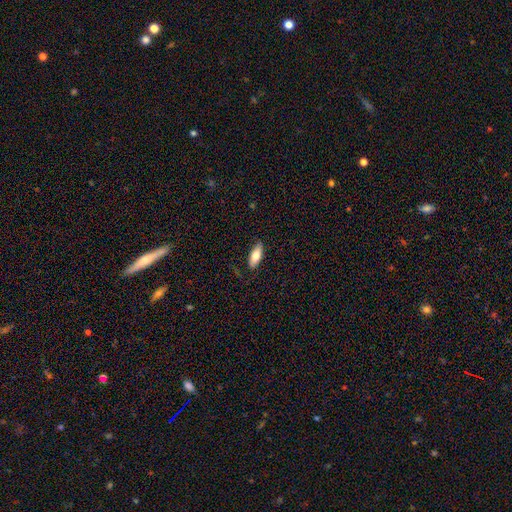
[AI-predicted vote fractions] Smooth or featured?
  - smooth: 75% *
  - featured or disk: 19%
  - star or artifact: 6%
How rounded?
  - in between: 74% *
  - cigar-shaped: 24%
  - round: 2%
Merging?
  - none: 84% *
  - minor disturbance: 12%
  - major disturbance: 3%
  - merger: 1%